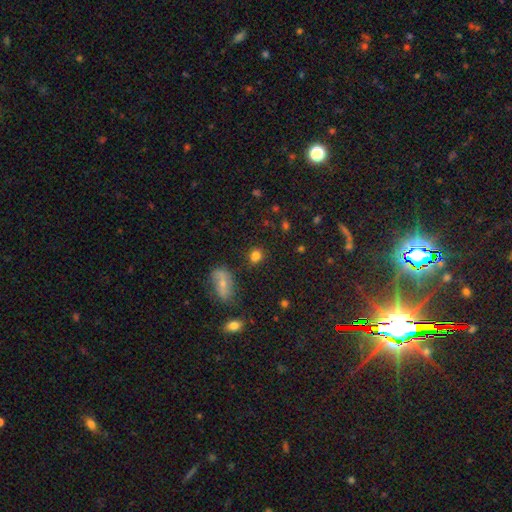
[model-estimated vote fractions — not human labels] Q: Smooth or featured?
A: smooth (79%); runner-up: star or artifact (14%)
Q: How rounded?
A: round (71%); runner-up: in between (27%)
Q: Merging?
A: none (79%); runner-up: minor disturbance (11%)